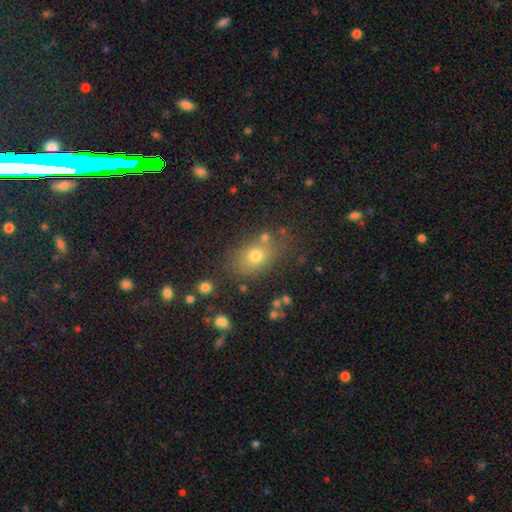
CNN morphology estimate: smooth_or_featured: smooth (p=0.71) [alt: star or artifact p=0.15]
how_rounded: in between (p=0.68) [alt: round p=0.30]
merging: none (p=0.72) [alt: minor disturbance p=0.15]